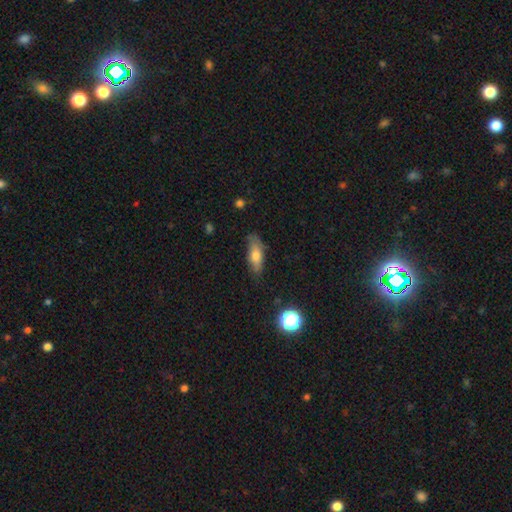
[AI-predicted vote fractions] smooth-or-featured: smooth: 70% | featured or disk: 23% | star or artifact: 8%
  how-rounded: in between: 64% | cigar-shaped: 32% | round: 4%
  merging: none: 73% | minor disturbance: 21% | major disturbance: 5% | merger: 2%